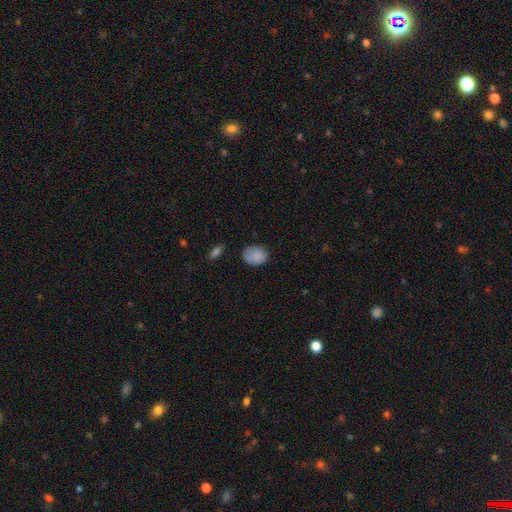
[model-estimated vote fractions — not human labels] Q: Smooth or featured?
A: smooth (86%); runner-up: star or artifact (8%)
Q: How rounded?
A: in between (53%); runner-up: round (46%)
Q: Merging?
A: none (76%); runner-up: minor disturbance (19%)